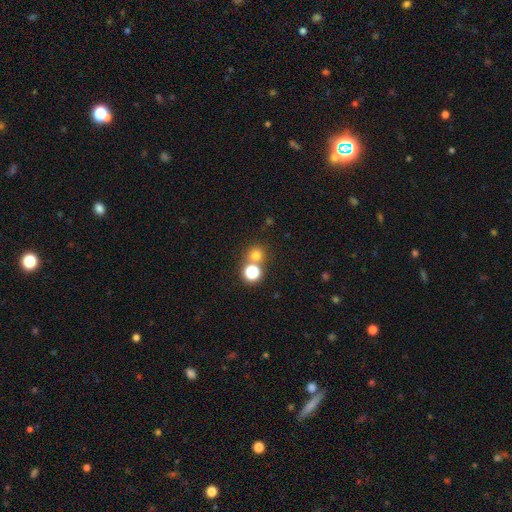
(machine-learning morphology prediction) A smooth galaxy with no disk features (73%) that is round (90%). Merging: none (62%).